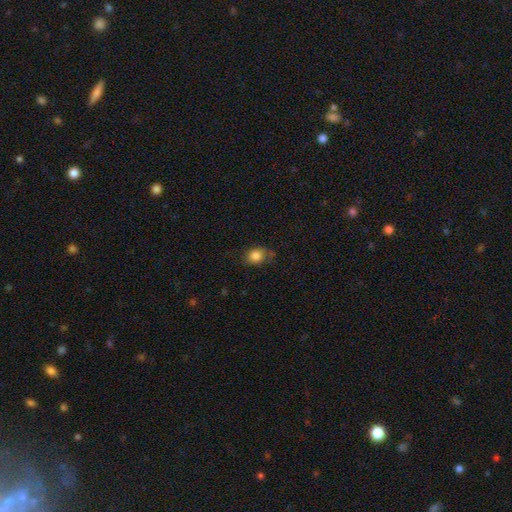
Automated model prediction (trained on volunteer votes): smooth_or_featured: smooth (p=0.82) [alt: star or artifact p=0.10]
how_rounded: round (p=0.49) [tied with: in between p=0.49]
merging: none (p=0.66) [alt: minor disturbance p=0.25]